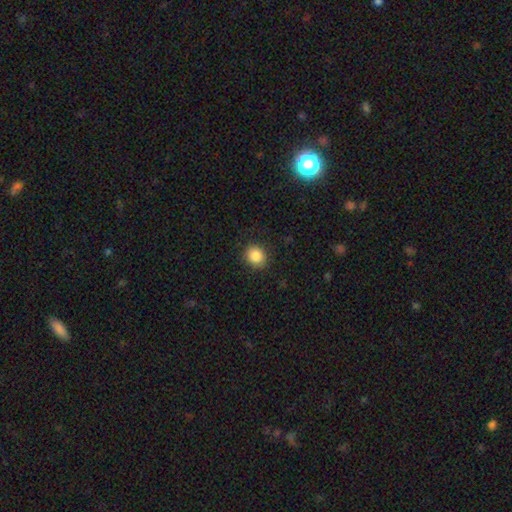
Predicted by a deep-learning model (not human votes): smooth-or-featured: smooth: 86% | star or artifact: 10% | featured or disk: 5%
  how-rounded: round: 80% | in between: 19% | cigar-shaped: 1%
  merging: none: 89% | minor disturbance: 7% | major disturbance: 2% | merger: 1%